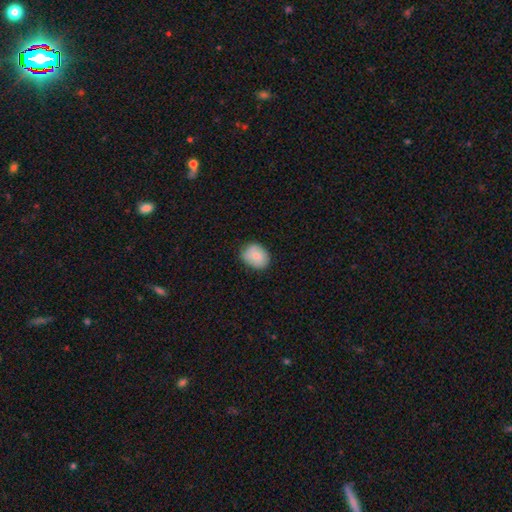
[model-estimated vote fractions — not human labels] Overall: smooth (79%). How rounded: in between (55%; round 44%). Merging: none (74%).